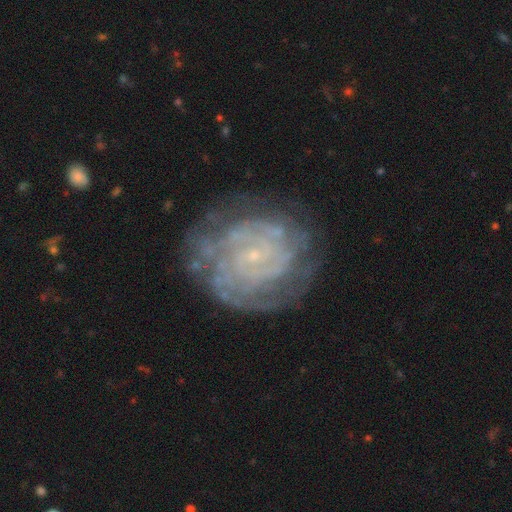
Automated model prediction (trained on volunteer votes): A featured or disk galaxy (81%) with no bar (65%), tight (79%) spiral arms (92%) and a small central bulge (85%).

Vote fractions:
- Smooth or featured? featured or disk: 81% / smooth: 11% / star or artifact: 8%
- Edge-on disk? no: 97% / yes: 3%
- Bar? no: 65% / weak: 27% / strong: 8%
- Spiral arms? yes: 92% / no: 8%
- Spiral winding? tight: 79% / medium: 17% / loose: 4%
- Spiral arm count? can't tell: 43% / 2: 14% / 4: 13% / 3: 12% / more than 4: 10% / 1: 7%
- Bulge size? small: 85% / none: 6% / moderate: 6% / large: 1% / dominant: 1%
- Merging? none: 75% / minor disturbance: 16% / major disturbance: 8% / merger: 2%